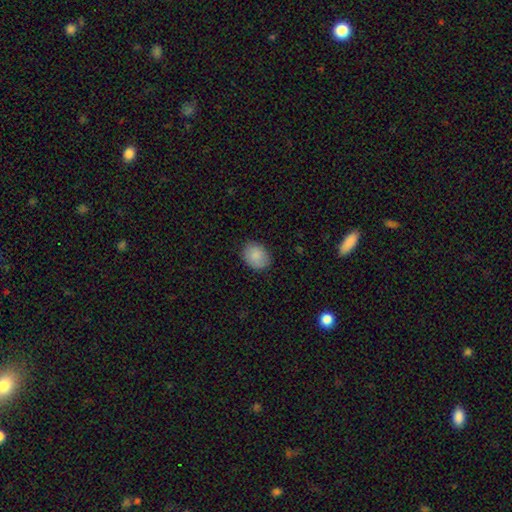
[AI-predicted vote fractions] Q: Smooth or featured?
A: smooth (87%); runner-up: star or artifact (7%)
Q: How rounded?
A: in between (56%); runner-up: round (43%)
Q: Merging?
A: none (83%); runner-up: minor disturbance (13%)